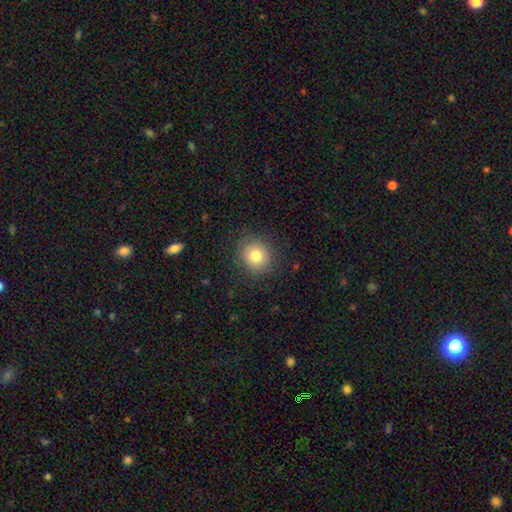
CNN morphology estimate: Smooth or featured? smooth (80%)
How rounded? round (83%)
Merging? none (85%)